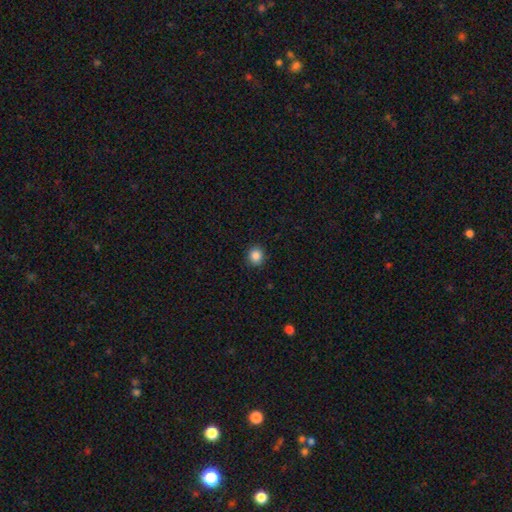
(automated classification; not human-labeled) Smooth or featured? Predicted: smooth (p=0.86). How rounded? Predicted: round (p=0.86). Merging? Predicted: none (p=0.90).